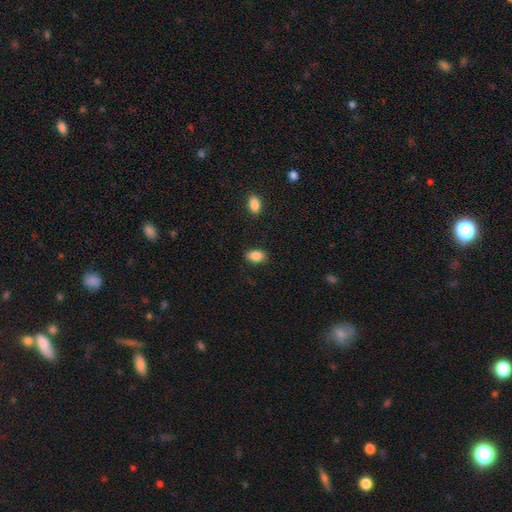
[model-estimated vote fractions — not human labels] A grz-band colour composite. It shows a smooth galaxy with no disk features (88%) that is in between round and cigar-shaped (86%). Merging: none (86%).